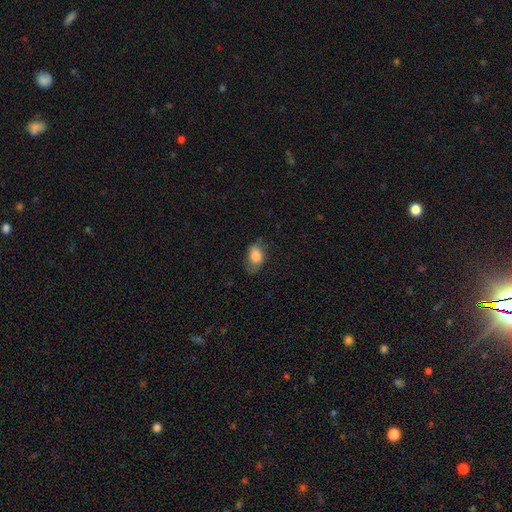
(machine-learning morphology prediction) The model was most divided on "merging": none: 64%, minor disturbance: 26%, major disturbance: 9%, merger: 1%. More confident: how rounded — in between (84%); smooth or featured — smooth (81%).